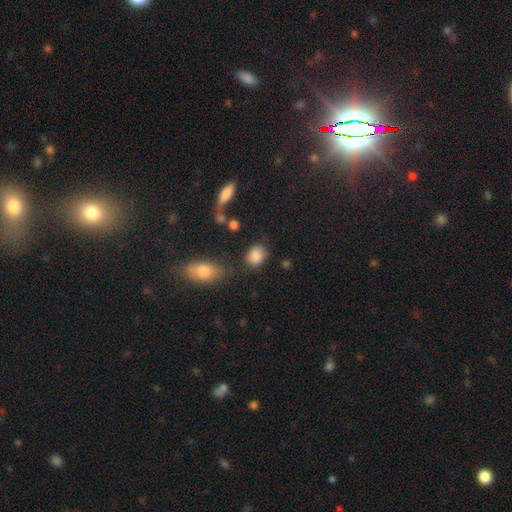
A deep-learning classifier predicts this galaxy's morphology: smooth-or-featured: smooth: 85% | star or artifact: 9% | featured or disk: 6%
  how-rounded: round: 52% | in between: 47% | cigar-shaped: 2%
  merging: none: 71% | minor disturbance: 17% | merger: 6% | major disturbance: 6%